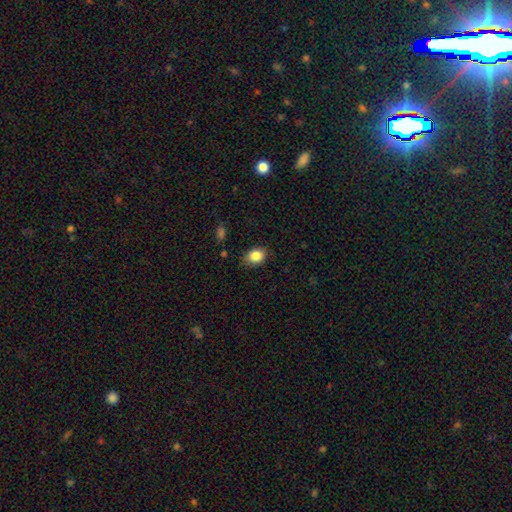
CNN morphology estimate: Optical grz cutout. It shows a smooth galaxy with no disk features (86%) that is in between round and cigar-shaped (67%). Merging: none (80%).